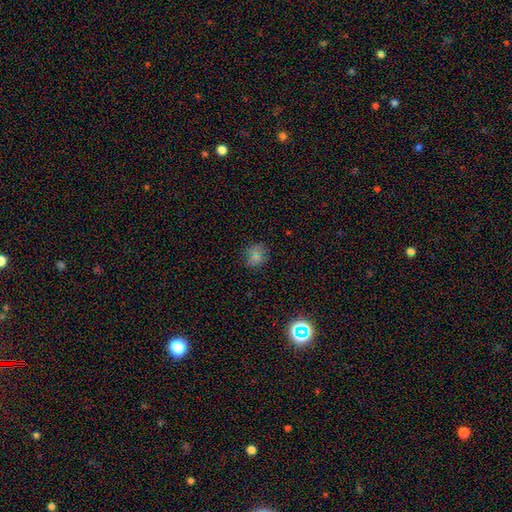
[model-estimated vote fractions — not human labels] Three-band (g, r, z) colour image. It shows a smooth galaxy with no disk features (75%) that is round (81%). Merging: none (82%).